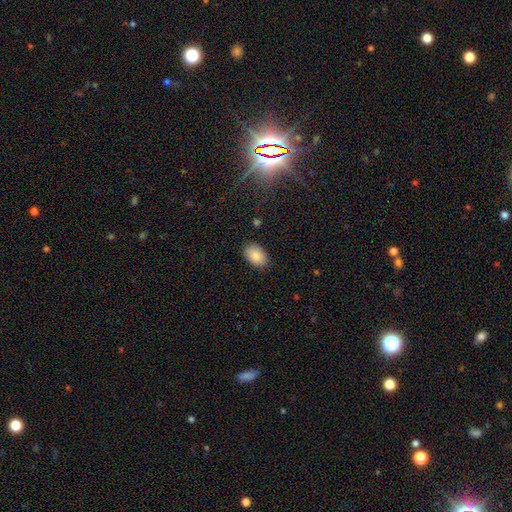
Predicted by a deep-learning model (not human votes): Smooth or featured? Predicted: smooth (p=0.87). How rounded? Predicted: in between (p=0.89). Merging? Predicted: none (p=0.86).